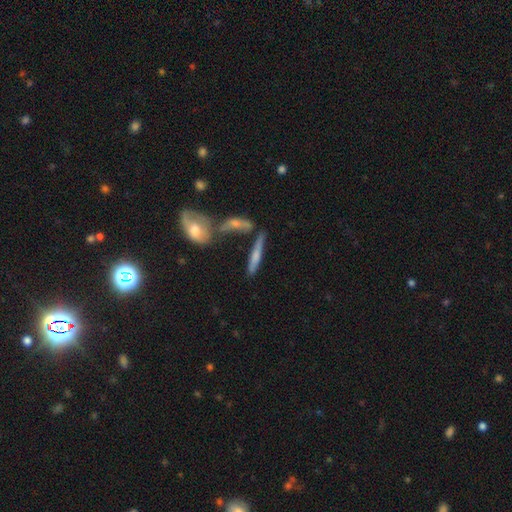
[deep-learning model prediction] Smooth or featured: smooth — 53% (featured or disk — 38%)
How rounded: cigar-shaped — 83% (in between — 14%)
Merging: none — 55% (merger — 23%)